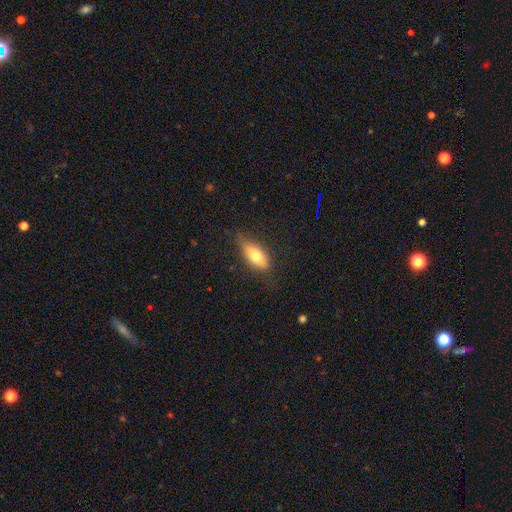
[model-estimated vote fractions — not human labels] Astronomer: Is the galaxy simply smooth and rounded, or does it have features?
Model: smooth — 66%.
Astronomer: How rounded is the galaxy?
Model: in between — 74%.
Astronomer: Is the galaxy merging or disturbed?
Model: none — 72%.